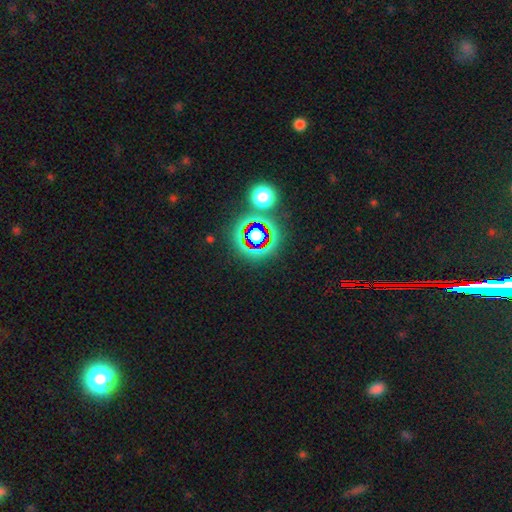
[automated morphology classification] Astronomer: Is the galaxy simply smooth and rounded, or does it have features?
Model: star or artifact — 77%.